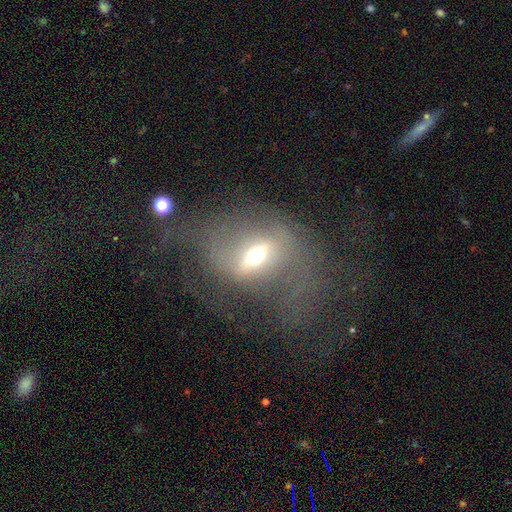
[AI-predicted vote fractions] smooth_or_featured: featured or disk (p=0.63) [alt: smooth p=0.25]
disk_edge_on: no (p=0.75) [alt: yes p=0.25]
merging: none (p=0.44) [alt: major disturbance p=0.35]